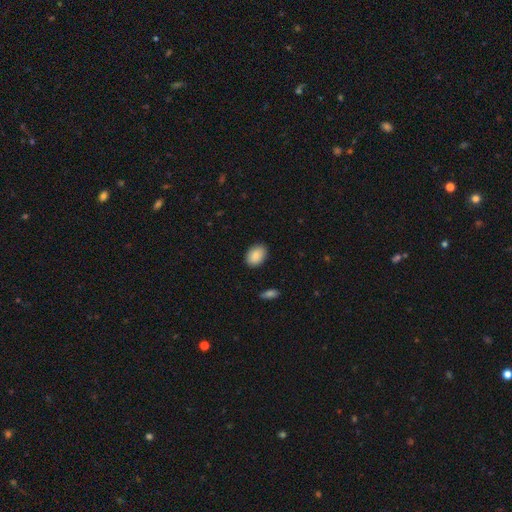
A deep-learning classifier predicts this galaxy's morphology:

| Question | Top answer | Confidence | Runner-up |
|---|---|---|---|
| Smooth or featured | smooth | 89% | star or artifact (7%) |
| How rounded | in between | 82% | round (17%) |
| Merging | none | 87% | minor disturbance (9%) |